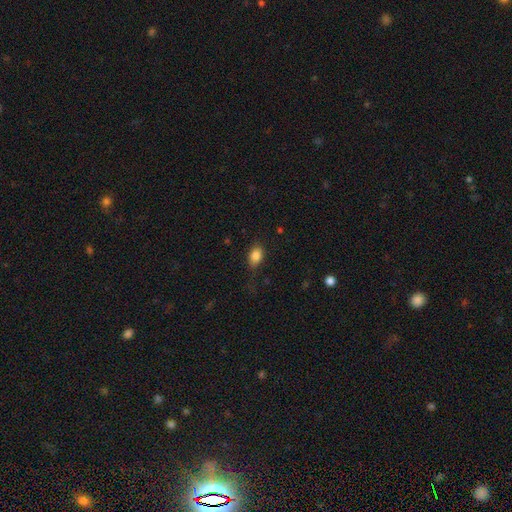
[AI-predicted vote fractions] smooth 85%, star or artifact 9%, featured or disk 7%. Down the decision tree: how rounded — in between (81%); merging — none (74%).